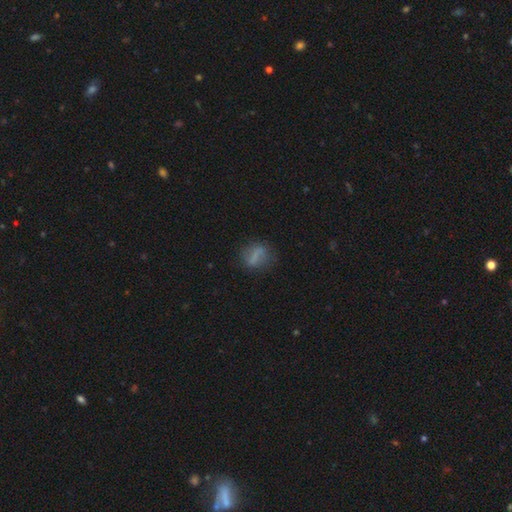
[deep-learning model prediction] Morphology: type=smooth (61%); roundness=in between (47%); merging=none (73%).